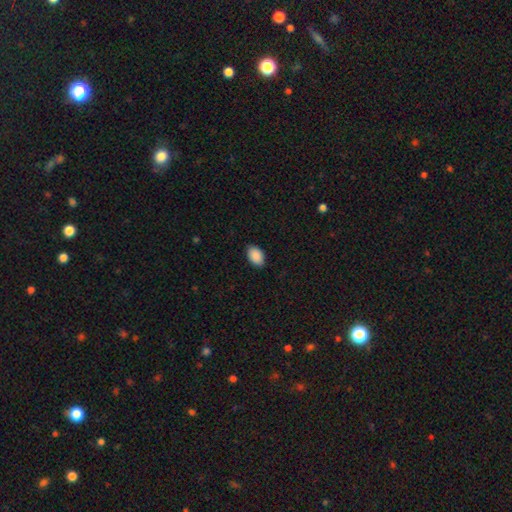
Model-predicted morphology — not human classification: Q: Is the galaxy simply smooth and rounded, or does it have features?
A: smooth — 90%.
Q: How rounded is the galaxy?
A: in between — 89%.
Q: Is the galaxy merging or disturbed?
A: none — 88%.